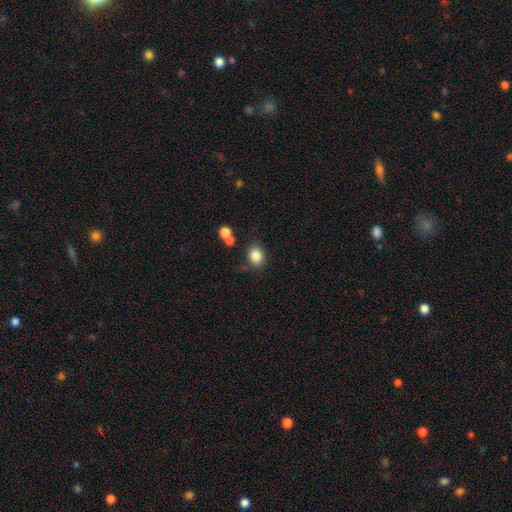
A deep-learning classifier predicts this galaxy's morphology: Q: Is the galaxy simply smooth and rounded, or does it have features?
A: smooth — 84%.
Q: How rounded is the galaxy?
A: in between — 64%.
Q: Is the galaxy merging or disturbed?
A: none — 76%.